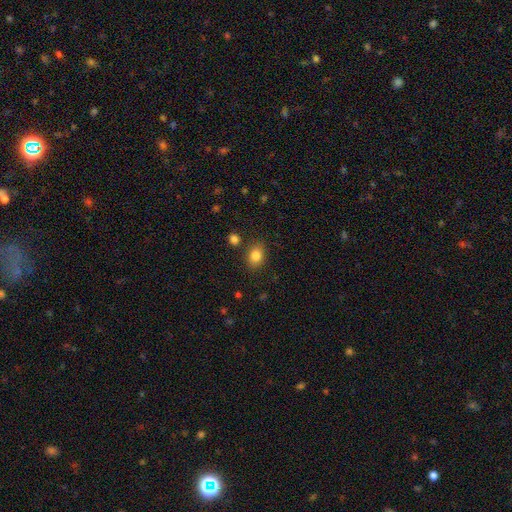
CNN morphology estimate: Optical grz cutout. It shows a smooth galaxy with no disk features (83%) that is in between round and cigar-shaped (64%). Merging: none (82%).